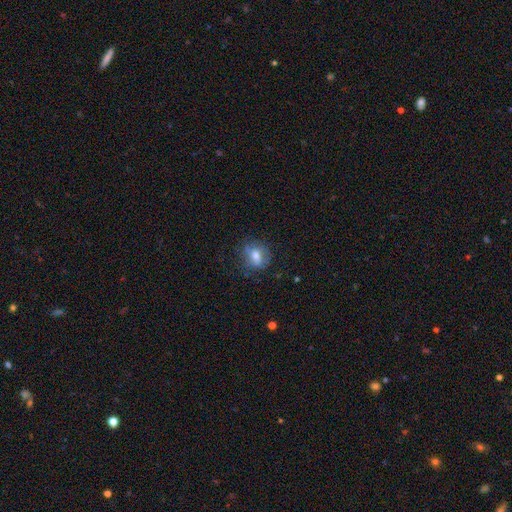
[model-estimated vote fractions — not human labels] The model was most divided on "how rounded": round: 56%, in between: 41%, cigar-shaped: 3%. More confident: merging — none (68%); smooth or featured — smooth (58%).